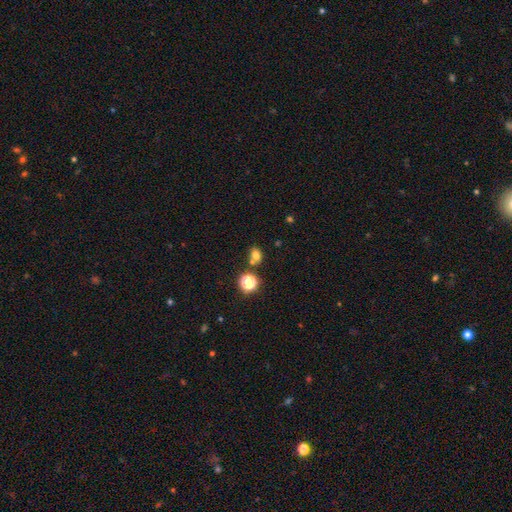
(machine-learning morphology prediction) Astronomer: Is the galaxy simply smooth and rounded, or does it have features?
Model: smooth — 71%.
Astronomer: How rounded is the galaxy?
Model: round — 53% (runner-up: in between, 46%).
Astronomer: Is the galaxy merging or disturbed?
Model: none — 63%.